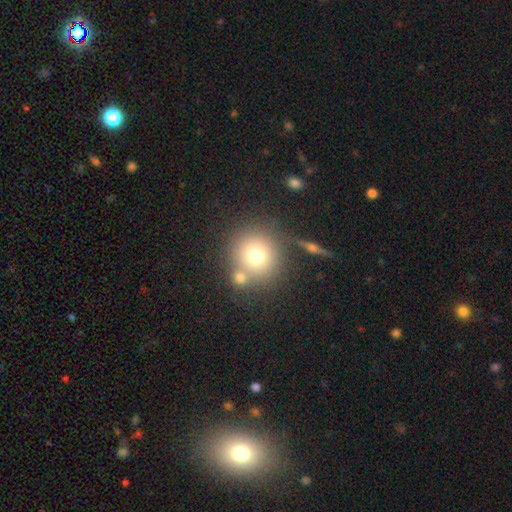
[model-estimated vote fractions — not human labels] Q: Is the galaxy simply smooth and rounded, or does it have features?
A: smooth — 71%.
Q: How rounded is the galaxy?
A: round — 93%.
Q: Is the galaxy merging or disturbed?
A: none — 68%.